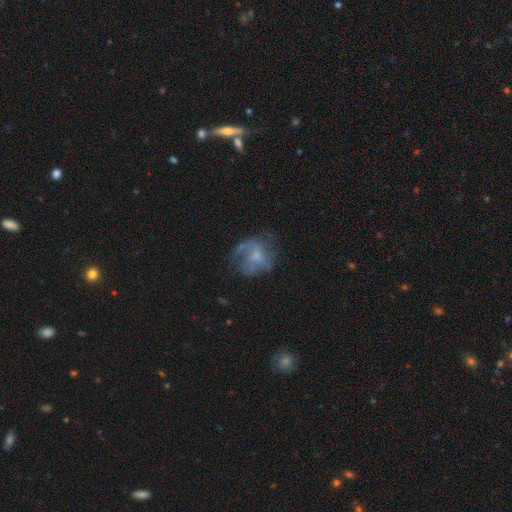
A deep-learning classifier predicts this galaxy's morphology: Smooth or featured: featured or disk — 59% (smooth — 31%)
Edge-on disk: no — 97% (yes — 3%)
Bar: no — 65% (weak — 31%)
Spiral arms: yes — 67% (no — 33%)
Bulge size: small — 41% (moderate — 36%)
Merging: none — 50% (major disturbance — 25%)